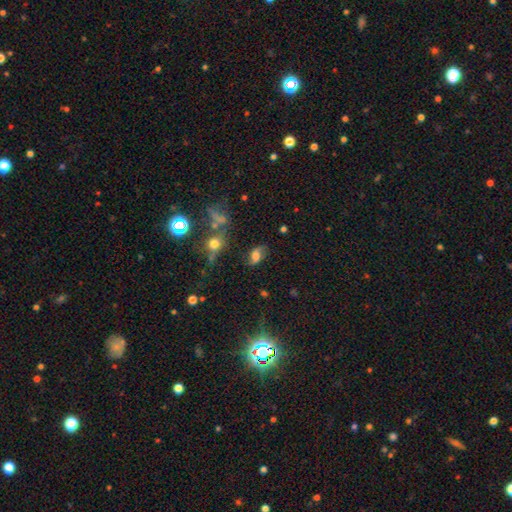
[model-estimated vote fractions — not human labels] Smooth or featured? Predicted: smooth (p=0.46). Merging? Predicted: none (p=0.62).